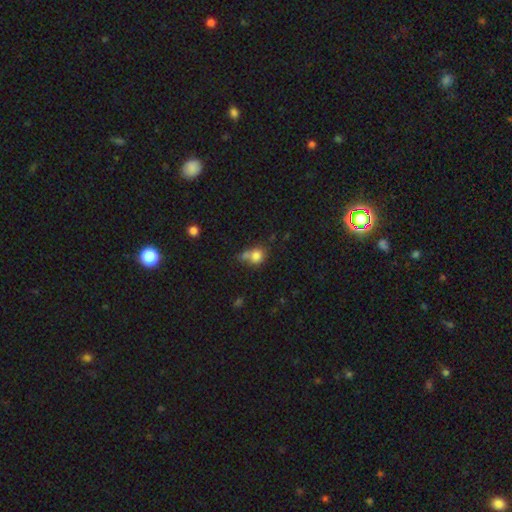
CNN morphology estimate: type=smooth (80%); roundness=round (73%); merging=none (43%).